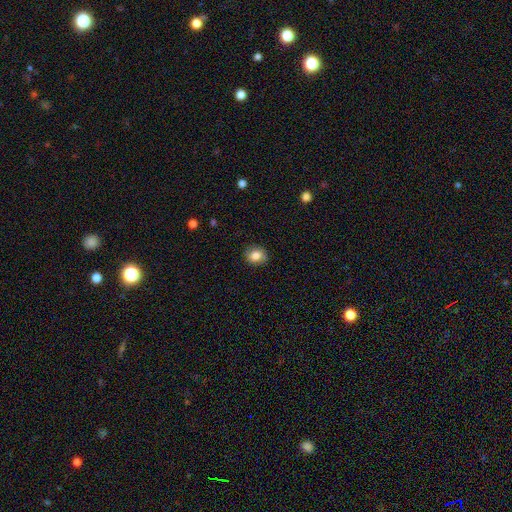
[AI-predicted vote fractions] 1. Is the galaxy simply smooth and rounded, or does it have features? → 81% smooth, 10% star or artifact, 10% featured or disk.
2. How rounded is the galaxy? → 74% round, 25% in between, 1% cigar-shaped.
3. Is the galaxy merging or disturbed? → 84% none, 12% minor disturbance, 3% major disturbance, 1% merger.